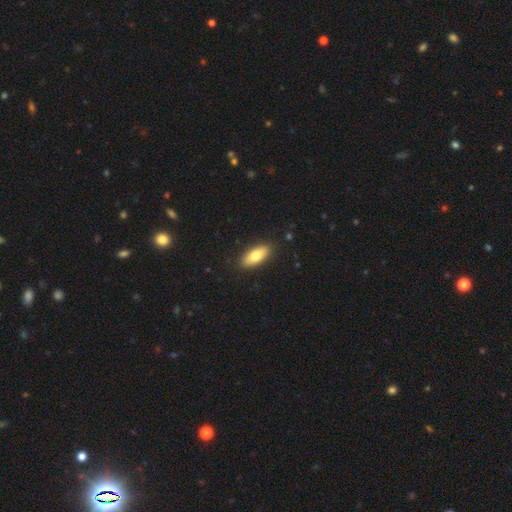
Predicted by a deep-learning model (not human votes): Overall: smooth (77%). How rounded: in between (80%). Merging: none (88%).